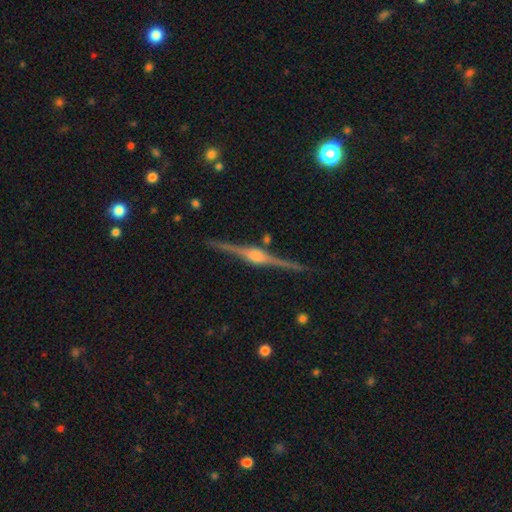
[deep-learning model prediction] Morphology: type=featured or disk (89%); edge-on=yes (99%); edge-on bulge=rounded (89%); merging=none (90%).